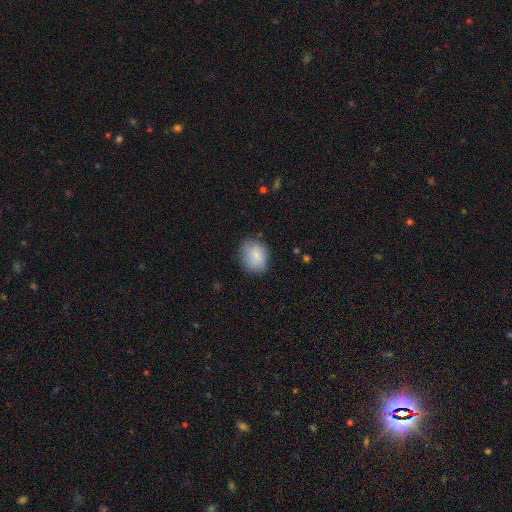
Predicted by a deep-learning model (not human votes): smooth 81%, featured or disk 12%, star or artifact 7%. Down the decision tree: how rounded — in between (56%); merging — none (75%).